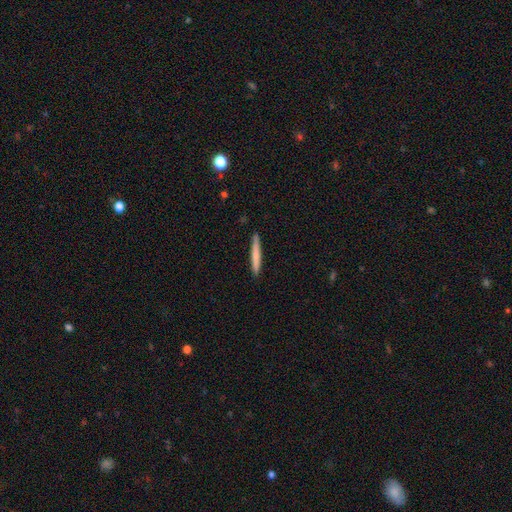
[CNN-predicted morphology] A smooth galaxy with no disk features (71%) that is cigar-shaped (96%). Merging: none (90%).